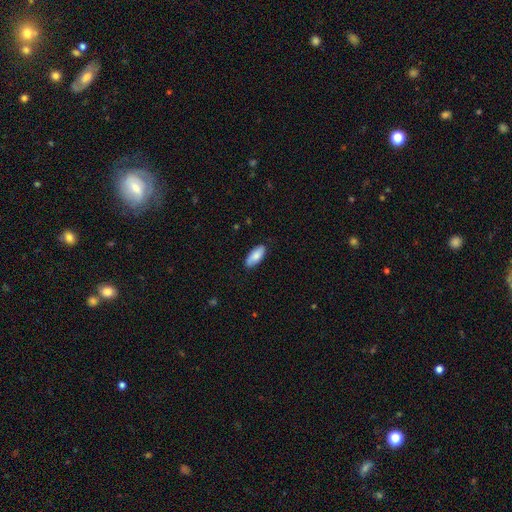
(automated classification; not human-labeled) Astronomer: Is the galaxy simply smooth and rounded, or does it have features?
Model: smooth — 82%.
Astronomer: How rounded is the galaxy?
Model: in between — 85%.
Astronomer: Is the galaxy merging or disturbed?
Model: none — 83%.